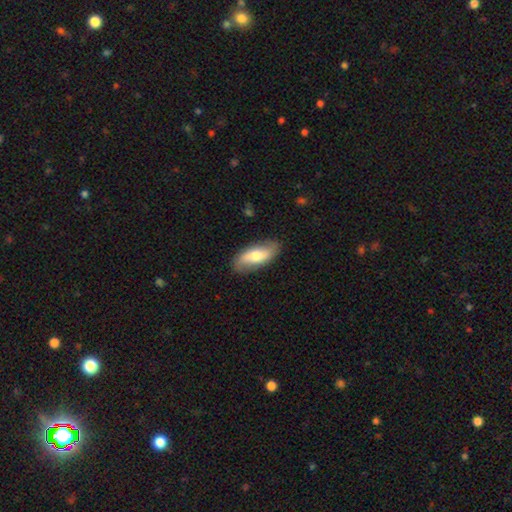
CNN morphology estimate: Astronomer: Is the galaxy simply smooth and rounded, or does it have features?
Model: smooth — 55% (runner-up: featured or disk, 40%).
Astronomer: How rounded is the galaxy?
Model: in between — 81%.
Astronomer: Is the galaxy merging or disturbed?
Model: none — 84%.